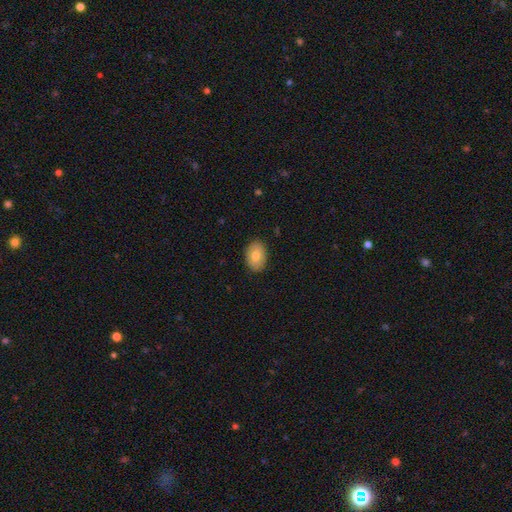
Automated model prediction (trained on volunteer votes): smooth-or-featured: smooth: 80% | featured or disk: 13% | star or artifact: 7%
  how-rounded: in between: 84% | round: 15% | cigar-shaped: 1%
  merging: none: 87% | minor disturbance: 10% | major disturbance: 2% | merger: 1%